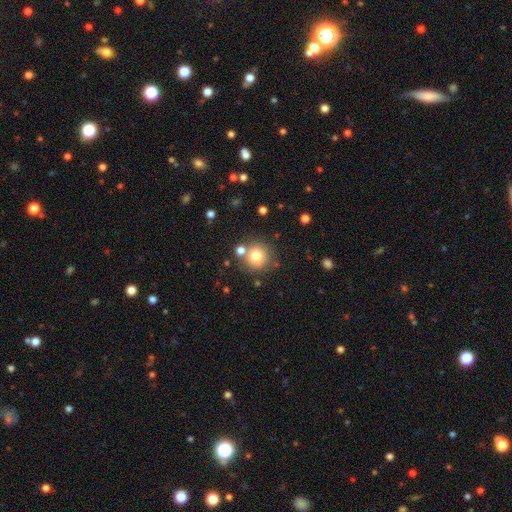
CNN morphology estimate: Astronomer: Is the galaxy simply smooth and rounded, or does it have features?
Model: smooth — 75%.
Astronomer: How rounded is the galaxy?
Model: round — 93%.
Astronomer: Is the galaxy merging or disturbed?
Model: none — 74%.